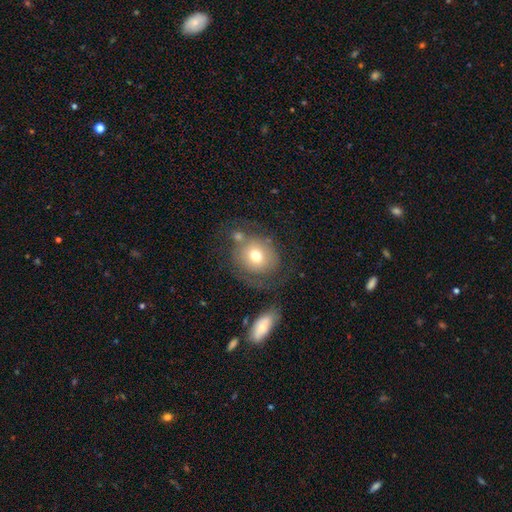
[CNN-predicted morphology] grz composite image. It shows a smooth galaxy with no disk features (62%) that is round (80%). Merging: none (51%).